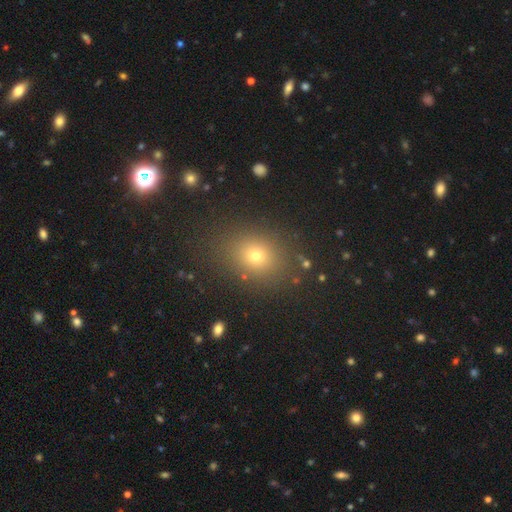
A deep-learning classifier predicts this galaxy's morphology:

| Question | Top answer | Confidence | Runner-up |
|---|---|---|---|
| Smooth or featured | smooth | 71% | star or artifact (19%) |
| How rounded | round | 52% | in between (47%) |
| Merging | none | 85% | minor disturbance (9%) |